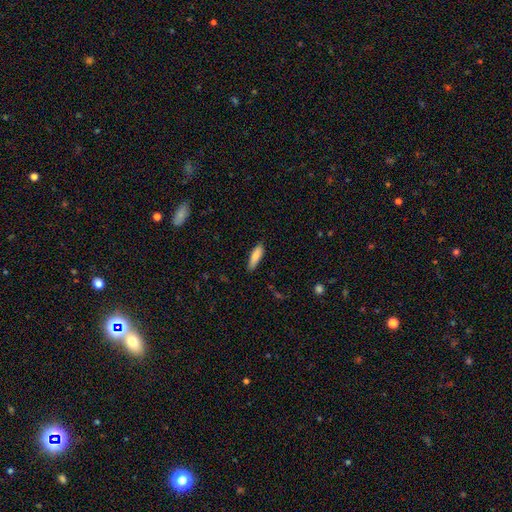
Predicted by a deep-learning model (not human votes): Smooth or featured?
  - smooth: 83% *
  - featured or disk: 11%
  - star or artifact: 6%
How rounded?
  - cigar-shaped: 53% *
  - in between: 45%
  - round: 2%
Merging?
  - none: 85% *
  - minor disturbance: 12%
  - major disturbance: 2%
  - merger: 1%